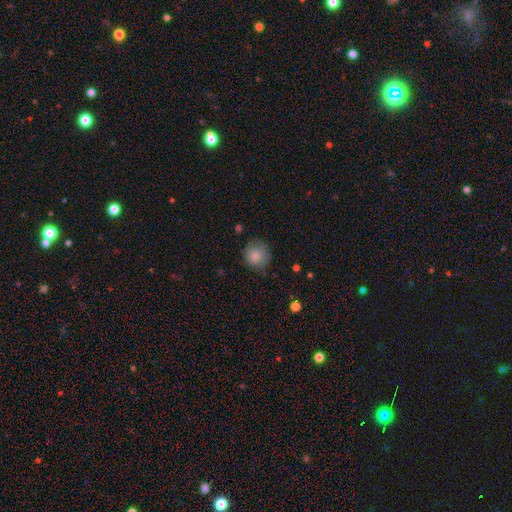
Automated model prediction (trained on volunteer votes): smooth-or-featured: smooth: 84% | star or artifact: 8% | featured or disk: 8%
  how-rounded: round: 87% | in between: 12% | cigar-shaped: 1%
  merging: none: 73% | minor disturbance: 20% | major disturbance: 5% | merger: 1%